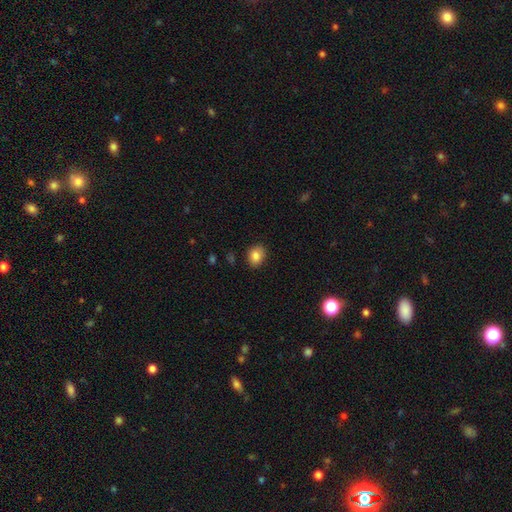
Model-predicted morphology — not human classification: This is clearly a smooth galaxy (85%). How rounded: possibly in between (54%). Merging: clearly none (85%).